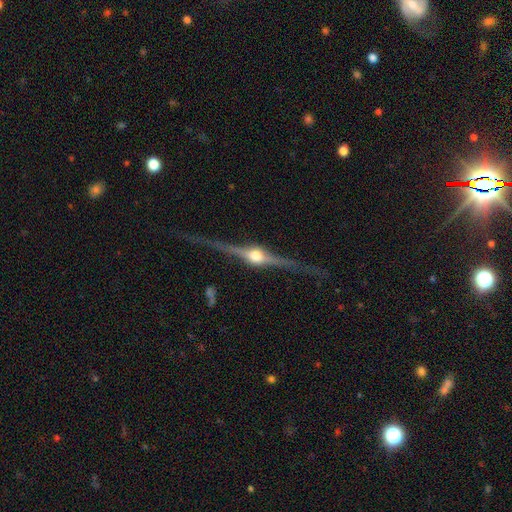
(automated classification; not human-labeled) Q: Smooth or featured?
A: featured or disk (90%); runner-up: smooth (5%)
Q: Edge-on disk?
A: yes (98%); runner-up: no (2%)
Q: Edge-on bulge?
A: rounded (96%); runner-up: boxy (3%)
Q: Merging?
A: none (86%); runner-up: minor disturbance (10%)